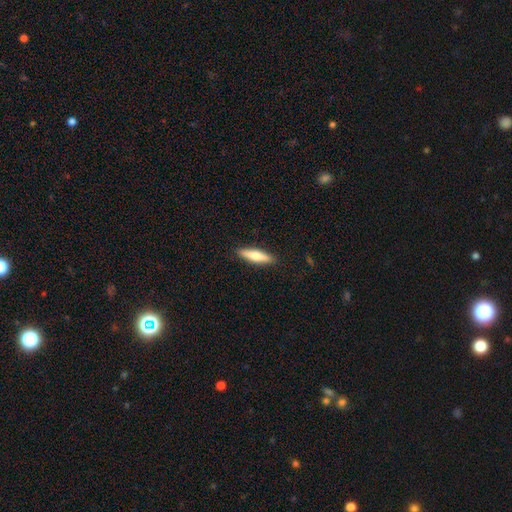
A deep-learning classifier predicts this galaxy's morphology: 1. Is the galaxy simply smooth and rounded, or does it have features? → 68% smooth, 27% featured or disk, 5% star or artifact.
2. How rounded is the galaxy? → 72% cigar-shaped, 26% in between, 2% round.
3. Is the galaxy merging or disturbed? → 90% none, 7% minor disturbance, 2% major disturbance, 1% merger.